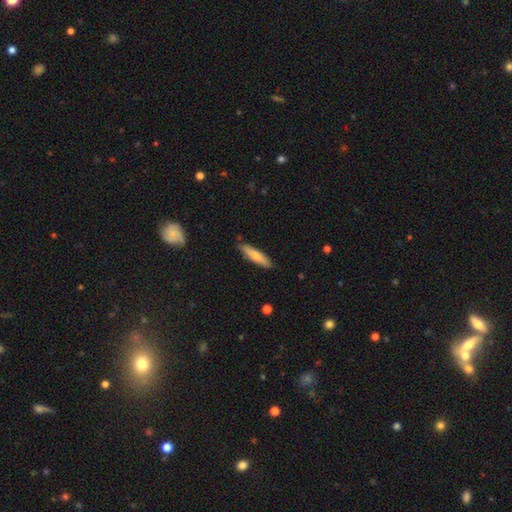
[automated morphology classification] Smooth or featured: smooth — 73% (featured or disk — 21%)
How rounded: cigar-shaped — 78% (in between — 20%)
Merging: none — 86% (minor disturbance — 11%)